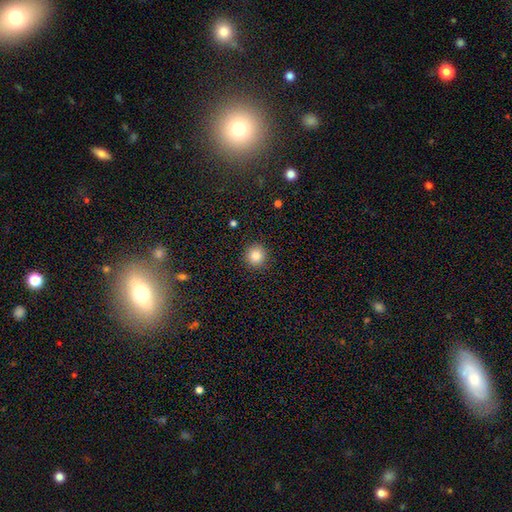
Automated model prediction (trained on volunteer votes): A smooth galaxy with no disk features (84%) that is round (94%). Merging: none (92%).